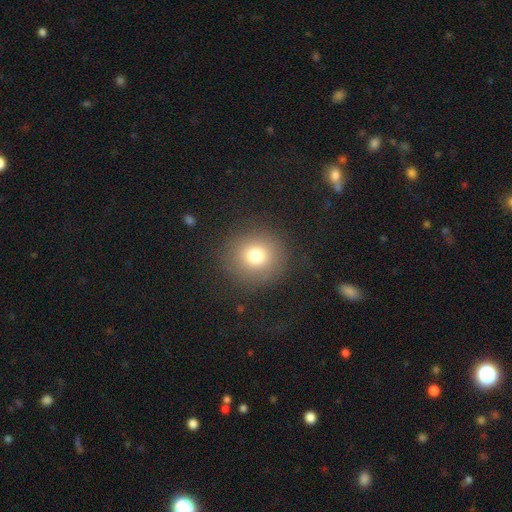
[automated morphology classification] Smooth or featured? smooth (76%)
How rounded? round (91%)
Merging? none (86%)